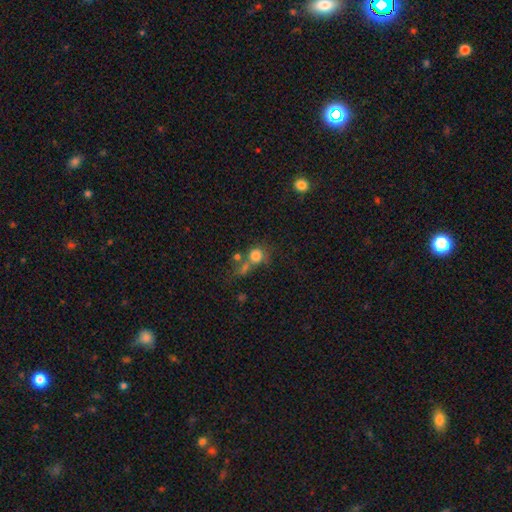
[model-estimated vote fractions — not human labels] smooth-or-featured: smooth: 75% | star or artifact: 13% | featured or disk: 12%
  how-rounded: round: 81% | in between: 18% | cigar-shaped: 1%
  merging: merger: 39% | none: 36% | major disturbance: 13% | minor disturbance: 12%